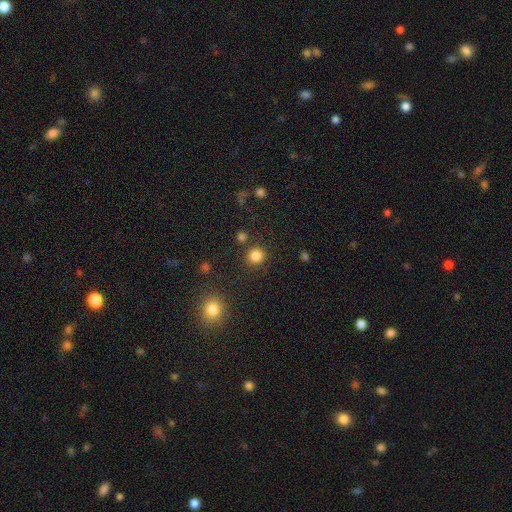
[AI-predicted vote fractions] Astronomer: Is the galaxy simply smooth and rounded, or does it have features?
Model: smooth — 83%.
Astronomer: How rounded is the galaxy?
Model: round — 92%.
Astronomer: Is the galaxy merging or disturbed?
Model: none — 85%.